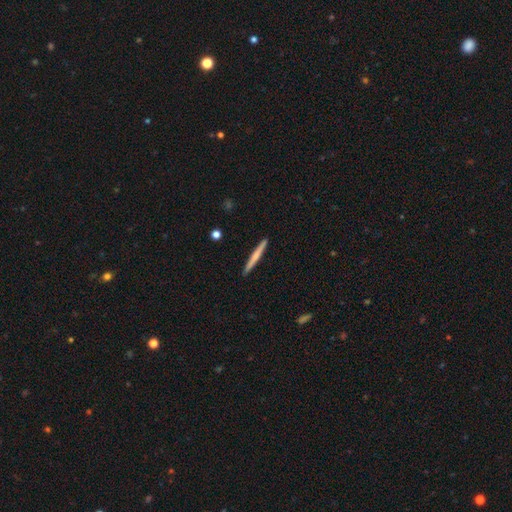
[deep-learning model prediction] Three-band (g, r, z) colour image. It shows a smooth galaxy with no disk features (55%) that is cigar-shaped (97%). Merging: none (92%).